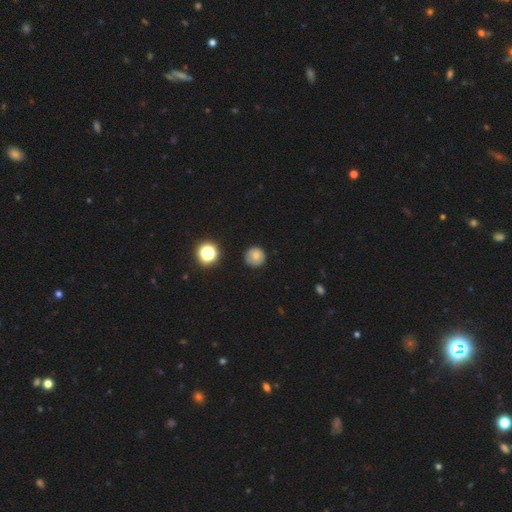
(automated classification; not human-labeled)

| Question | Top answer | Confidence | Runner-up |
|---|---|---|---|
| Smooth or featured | smooth | 70% | featured or disk (18%) |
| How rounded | round | 94% | in between (5%) |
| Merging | none | 83% | minor disturbance (12%) |